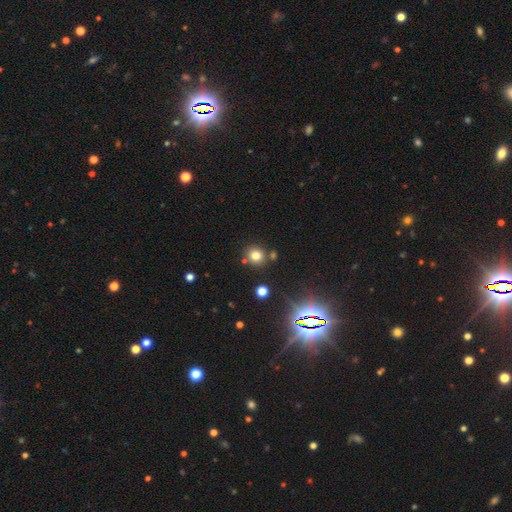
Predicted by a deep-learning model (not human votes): Smooth or featured? smooth (75%)
How rounded? round (89%)
Merging? none (79%)